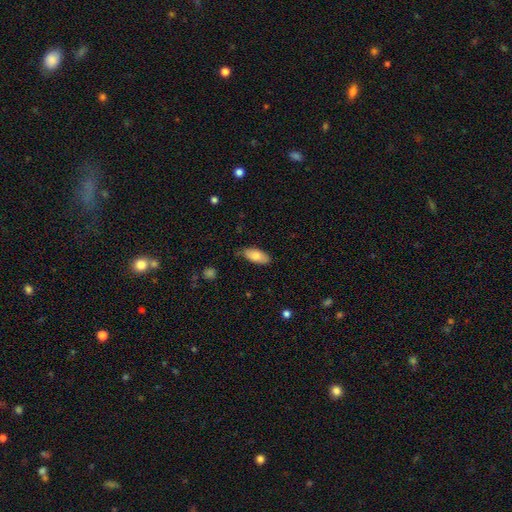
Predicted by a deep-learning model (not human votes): A smooth galaxy with no disk features (81%) that is in between round and cigar-shaped (87%).

Vote fractions:
- Smooth or featured? smooth: 81% / featured or disk: 12% / star or artifact: 6%
- How rounded? in between: 87% / cigar-shaped: 11% / round: 2%
- Merging? none: 80% / minor disturbance: 16% / major disturbance: 3% / merger: 1%